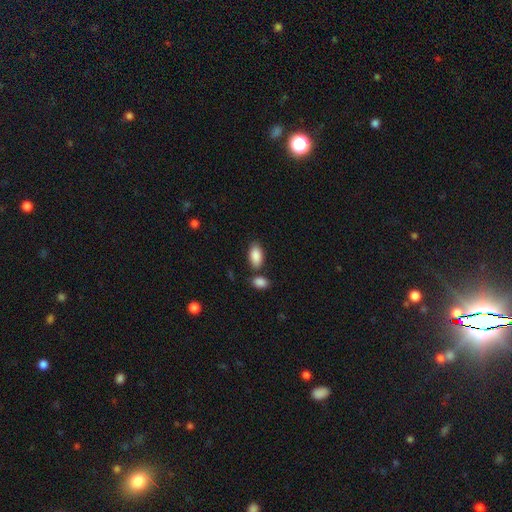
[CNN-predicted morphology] This is clearly a smooth galaxy (89%). How rounded: clearly in between (93%). Merging: likely none (72%).